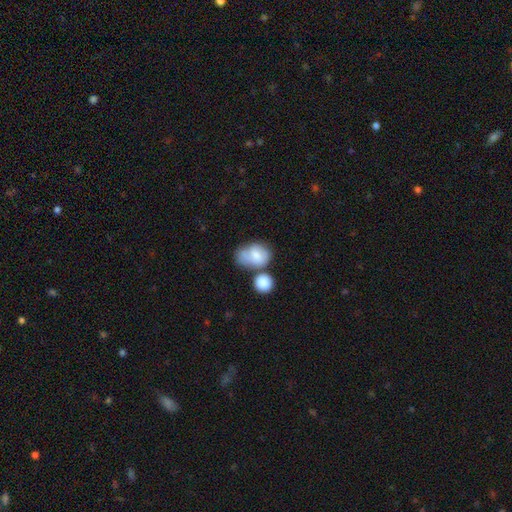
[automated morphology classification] A smooth galaxy with no disk features (70%) that is in between round and cigar-shaped (72%).

Vote fractions:
- Smooth or featured? smooth: 70% / featured or disk: 23% / star or artifact: 8%
- How rounded? in between: 72% / round: 27% / cigar-shaped: 1%
- Merging? none: 32% / merger: 29% / minor disturbance: 25% / major disturbance: 13%